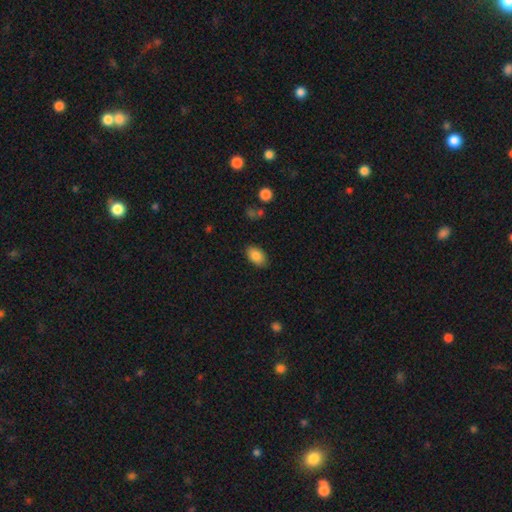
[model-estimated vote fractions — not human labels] Q: Smooth or featured?
A: smooth (87%); runner-up: star or artifact (8%)
Q: How rounded?
A: in between (92%); runner-up: round (7%)
Q: Merging?
A: none (86%); runner-up: minor disturbance (10%)